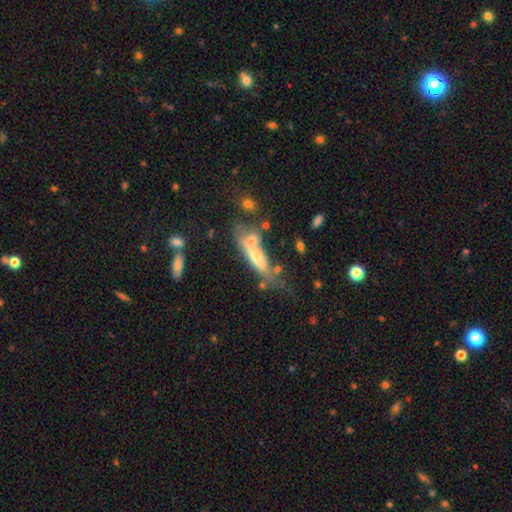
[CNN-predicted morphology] This appears to be a featured or disk galaxy (50%) viewed edge-on (51%). Merging: none (37%).